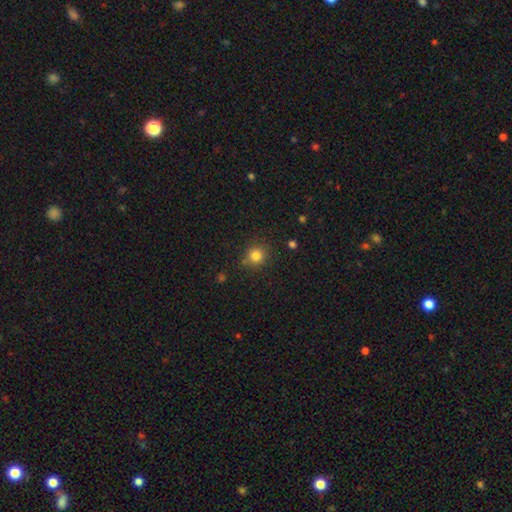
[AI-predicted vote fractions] Q: Smooth or featured?
A: smooth (81%); runner-up: star or artifact (13%)
Q: How rounded?
A: round (89%); runner-up: in between (10%)
Q: Merging?
A: none (81%); runner-up: minor disturbance (11%)